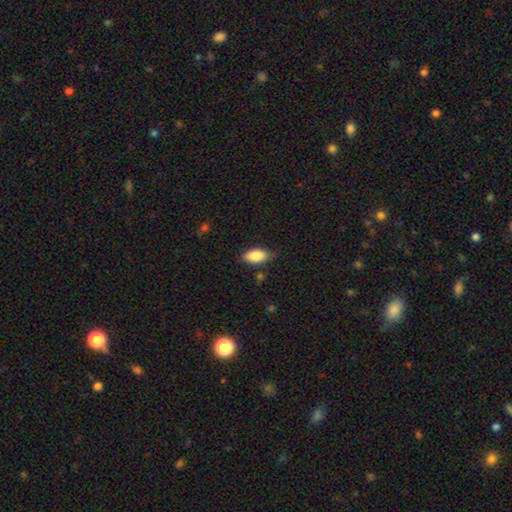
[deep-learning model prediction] smooth 86%, featured or disk 7%, star or artifact 7%. Down the decision tree: how rounded — in between (91%); merging — none (77%).